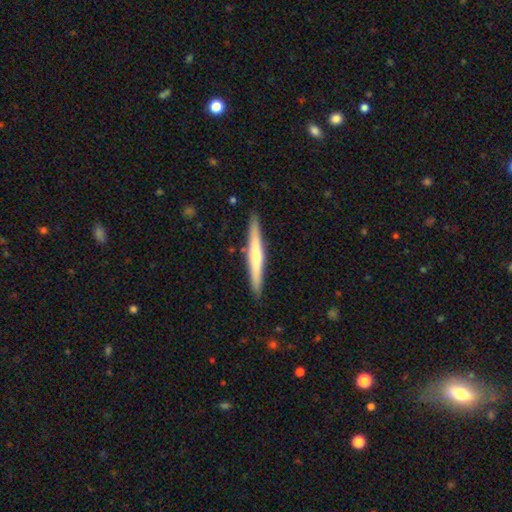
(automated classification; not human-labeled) The model was most divided on "smooth or featured": featured or disk: 55%, smooth: 39%, star or artifact: 5%. More confident: edge-on disk — yes (97%); merging — none (90%); edge-on bulge — rounded (71%).